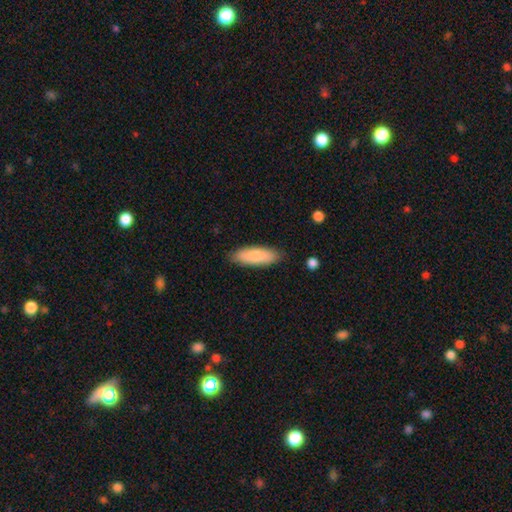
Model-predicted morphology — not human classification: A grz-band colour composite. It shows a smooth galaxy with no disk features (83%) that is in between round and cigar-shaped (58%). Merging: none (85%).